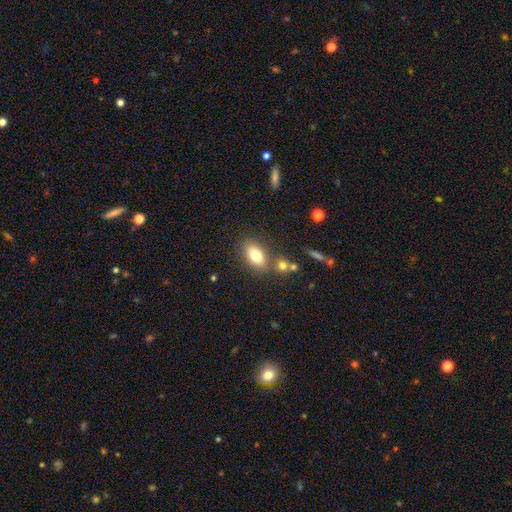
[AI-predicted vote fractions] Smooth or featured?
  - smooth: 77% *
  - featured or disk: 14%
  - star or artifact: 9%
How rounded?
  - in between: 86% *
  - round: 10%
  - cigar-shaped: 4%
Merging?
  - none: 72% *
  - merger: 12%
  - minor disturbance: 12%
  - major disturbance: 4%